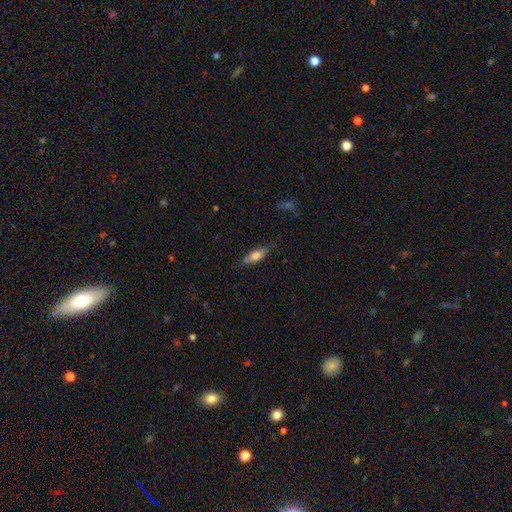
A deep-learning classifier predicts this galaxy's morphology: A smooth galaxy with no disk features (64%) that is in between round and cigar-shaped (55%).

Vote fractions:
- Smooth or featured? smooth: 64% / featured or disk: 30% / star or artifact: 6%
- How rounded? in between: 55% / cigar-shaped: 43% / round: 2%
- Merging? none: 79% / minor disturbance: 16% / major disturbance: 3% / merger: 1%